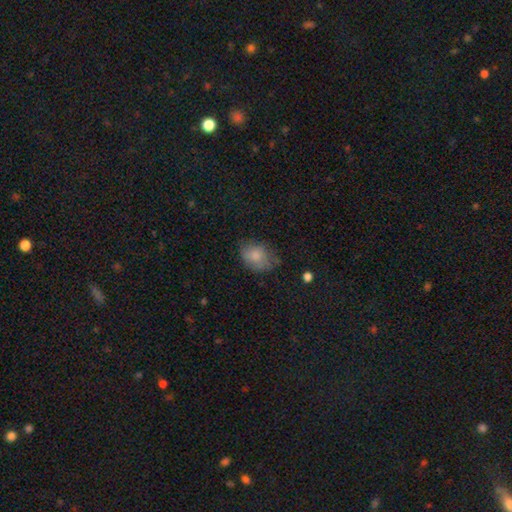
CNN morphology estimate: A smooth galaxy with no disk features (79%) that is in between round and cigar-shaped (67%). Merging: none (57%).